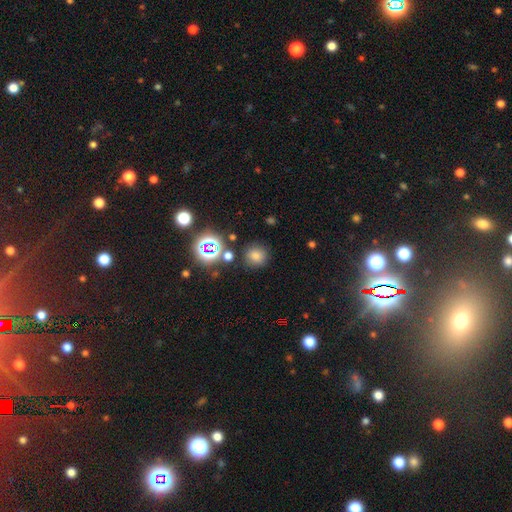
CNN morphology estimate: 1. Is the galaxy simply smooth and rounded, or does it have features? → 64% smooth, 29% star or artifact, 8% featured or disk.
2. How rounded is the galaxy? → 90% round, 9% in between, 1% cigar-shaped.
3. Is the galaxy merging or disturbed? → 84% none, 8% minor disturbance, 4% merger, 3% major disturbance.